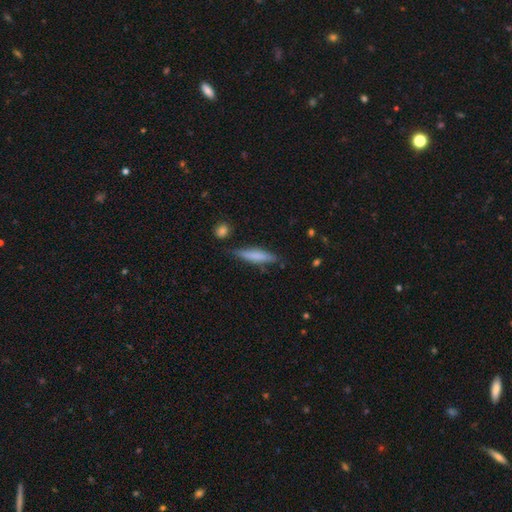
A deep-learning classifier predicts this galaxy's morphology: Smooth or featured: smooth — 67% (featured or disk — 26%)
How rounded: cigar-shaped — 84% (in between — 15%)
Merging: none — 77% (minor disturbance — 16%)